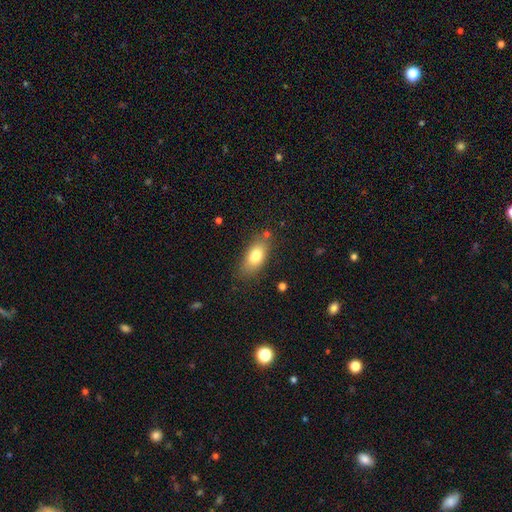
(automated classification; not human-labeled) smooth 79%, featured or disk 13%, star or artifact 8%. Down the decision tree: how rounded — in between (85%); merging — none (77%).